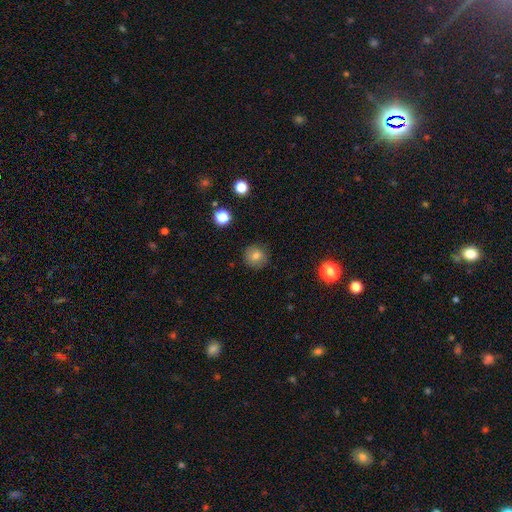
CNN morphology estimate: Smooth or featured: smooth — 75% (star or artifact — 13%)
How rounded: round — 91% (in between — 9%)
Merging: none — 86% (minor disturbance — 10%)